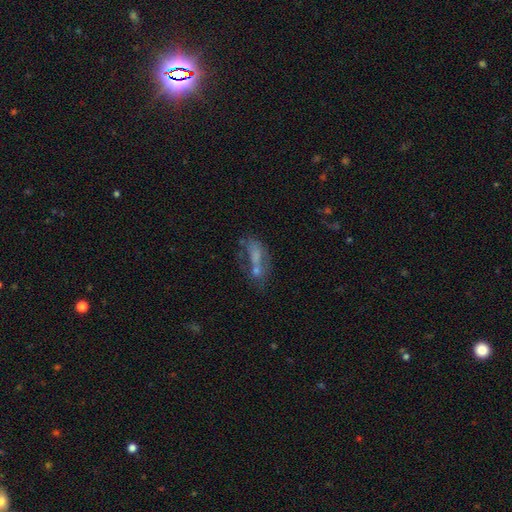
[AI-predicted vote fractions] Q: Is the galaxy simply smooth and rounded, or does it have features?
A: smooth — 43%.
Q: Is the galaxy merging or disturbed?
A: none — 33%.